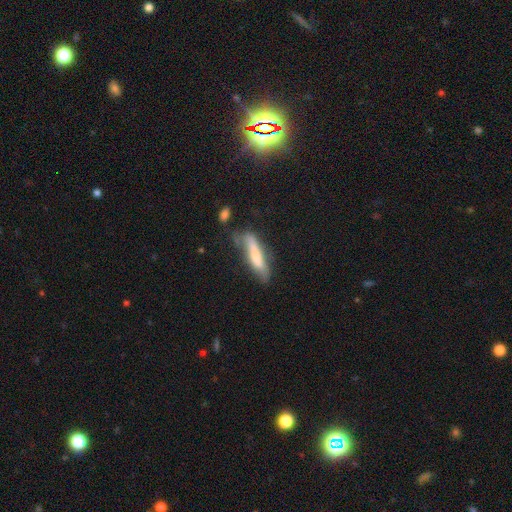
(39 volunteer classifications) Smooth or featured? smooth (67%)
How rounded? cigar-shaped (65%)
Merging? minor disturbance (51%)